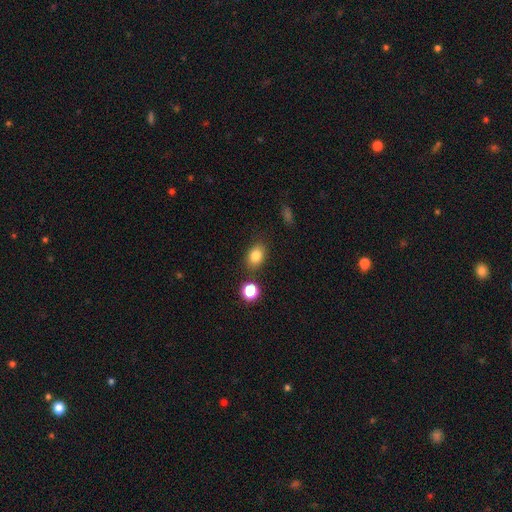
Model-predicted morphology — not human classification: Overall: smooth (82%). How rounded: in between (69%; round 30%). Merging: none (81%).